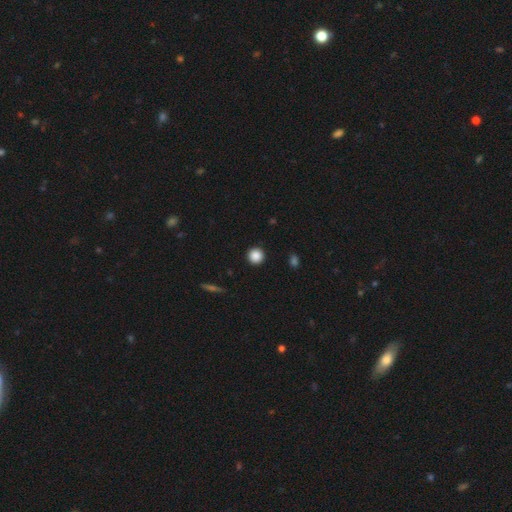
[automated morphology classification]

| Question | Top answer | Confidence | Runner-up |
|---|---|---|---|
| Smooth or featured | smooth | 88% | star or artifact (9%) |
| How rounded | round | 95% | in between (4%) |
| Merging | none | 93% | minor disturbance (5%) |